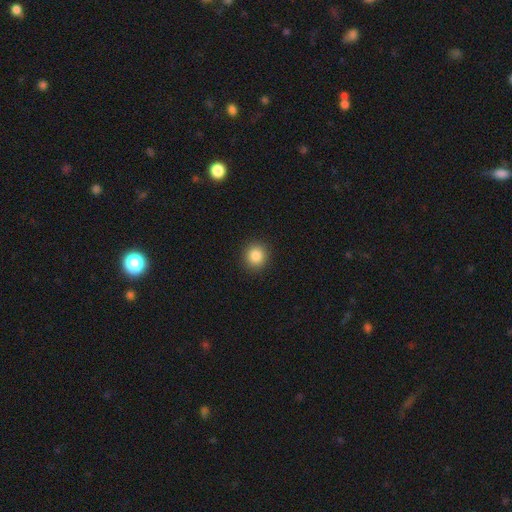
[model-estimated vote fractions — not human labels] Smooth or featured: smooth — 85% (star or artifact — 10%)
How rounded: round — 89% (in between — 10%)
Merging: none — 92% (minor disturbance — 5%)